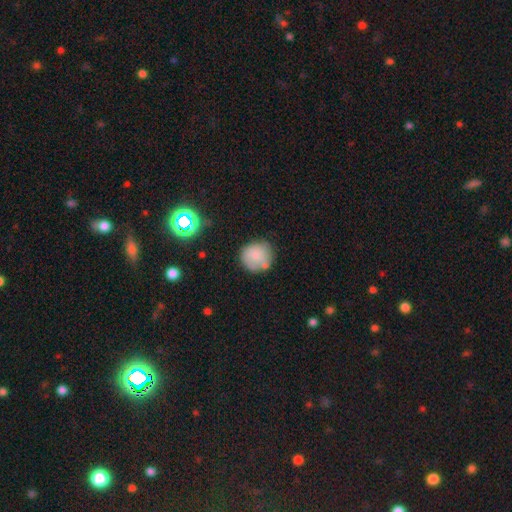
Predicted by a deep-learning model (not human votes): Smooth or featured: smooth — 77% (featured or disk — 14%)
How rounded: round — 90% (in between — 9%)
Merging: none — 66% (minor disturbance — 20%)